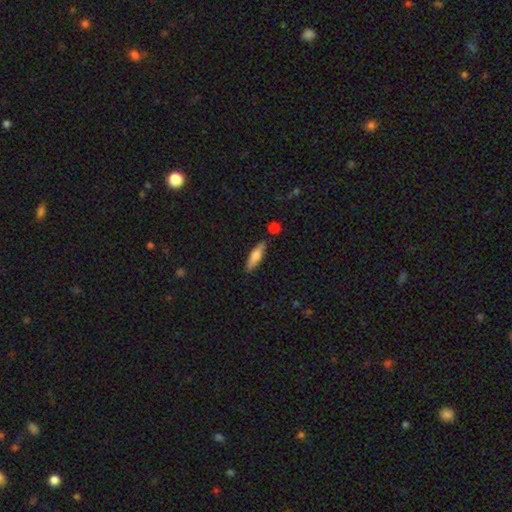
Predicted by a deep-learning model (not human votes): Smooth or featured? Predicted: smooth (p=0.66). How rounded? Predicted: cigar-shaped (p=0.63). Merging? Predicted: none (p=0.80).